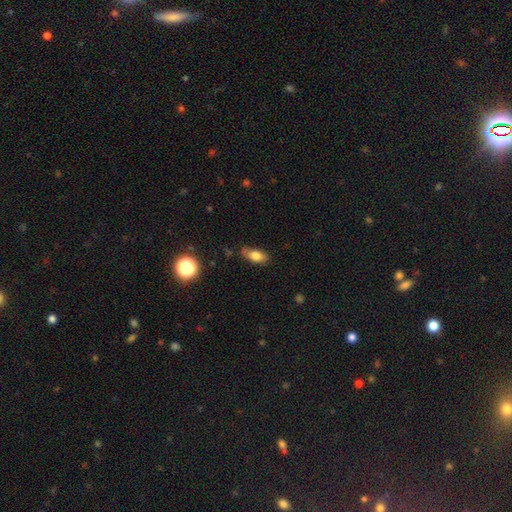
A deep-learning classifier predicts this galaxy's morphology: Overall: smooth (75%). How rounded: in between (82%). Merging: none (68%).